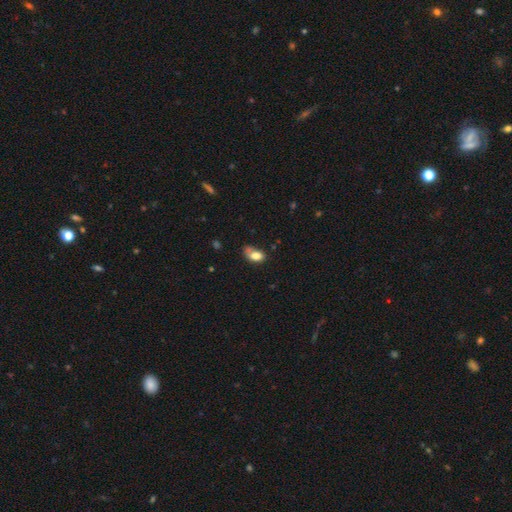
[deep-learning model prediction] A smooth galaxy with no disk features (79%) that is in between round and cigar-shaped (86%).

Vote fractions:
- Smooth or featured? smooth: 79% / featured or disk: 12% / star or artifact: 9%
- How rounded? in between: 86% / round: 12% / cigar-shaped: 2%
- Merging? none: 38% / minor disturbance: 33% / major disturbance: 15% / merger: 14%